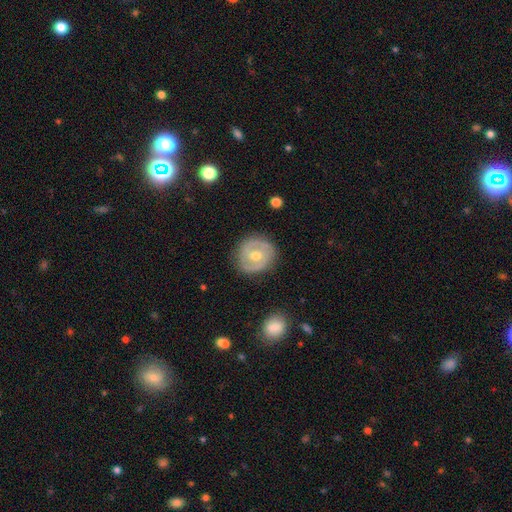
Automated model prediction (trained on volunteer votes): This is likely a featured or disk galaxy (67%). It is clearly not viewed edge-on (97%). Bar: possibly no (54%). Spiral arm pattern: likely yes (68%). Central bulge: likely moderate (72%). Merging: clearly none (83%).